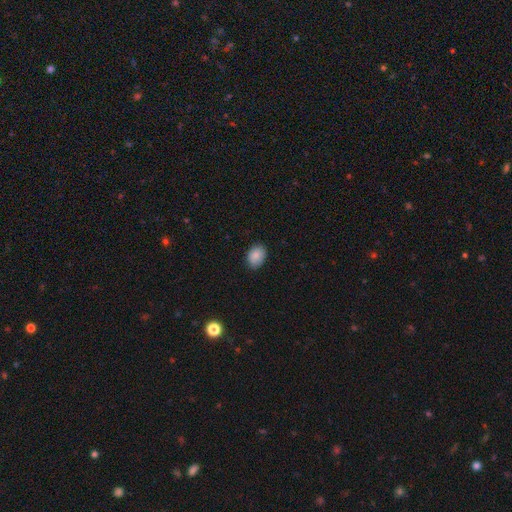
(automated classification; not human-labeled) Smooth or featured: smooth — 87% (star or artifact — 8%)
How rounded: in between — 73% (round — 26%)
Merging: none — 84% (minor disturbance — 13%)